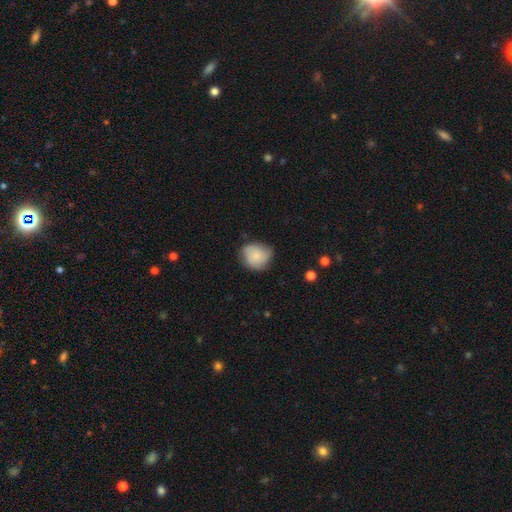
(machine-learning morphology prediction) type=smooth (72%); roundness=round (74%); merging=none (61%).